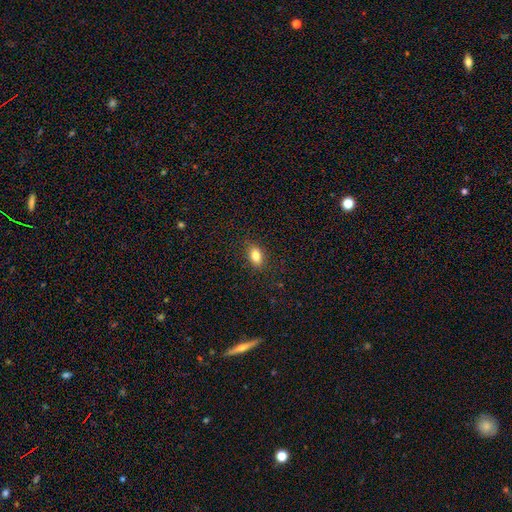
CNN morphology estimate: smooth 81%, star or artifact 10%, featured or disk 9%. Down the decision tree: how rounded — in between (84%); merging — none (88%).